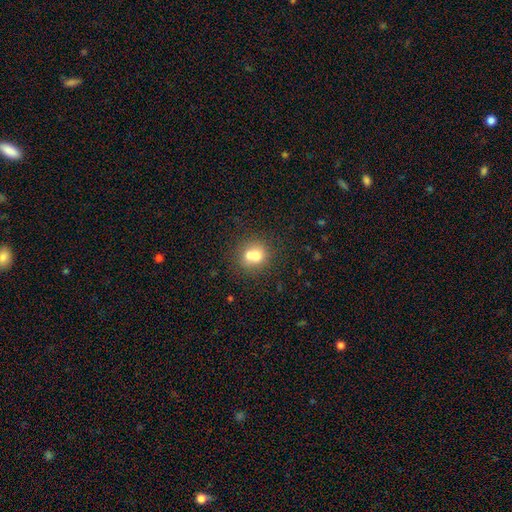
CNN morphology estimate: smooth-or-featured: smooth: 68% | featured or disk: 21% | star or artifact: 12%
  how-rounded: round: 79% | in between: 20% | cigar-shaped: 1%
  merging: merger: 49% | none: 40% | minor disturbance: 8% | major disturbance: 3%